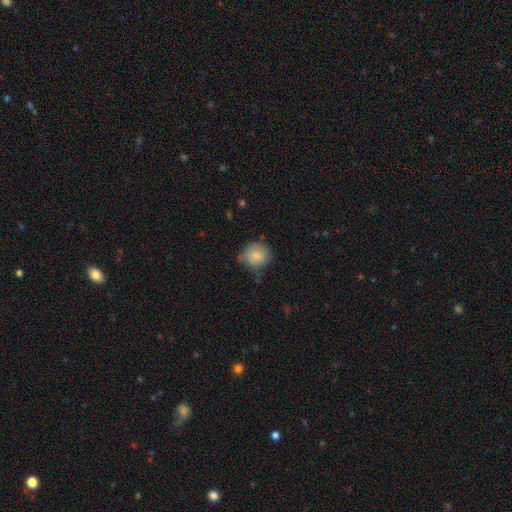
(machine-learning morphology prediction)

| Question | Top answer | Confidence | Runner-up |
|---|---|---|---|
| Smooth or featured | smooth | 81% | featured or disk (11%) |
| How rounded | round | 84% | in between (15%) |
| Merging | none | 60% | minor disturbance (30%) |